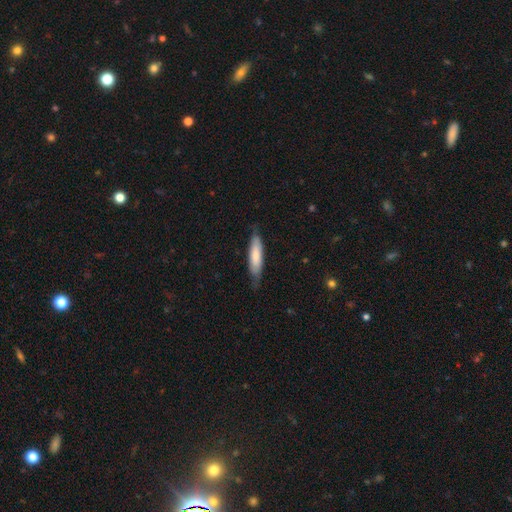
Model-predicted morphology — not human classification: Smooth or featured? Predicted: smooth (p=0.75). How rounded? Predicted: cigar-shaped (p=0.65). Merging? Predicted: none (p=0.73).